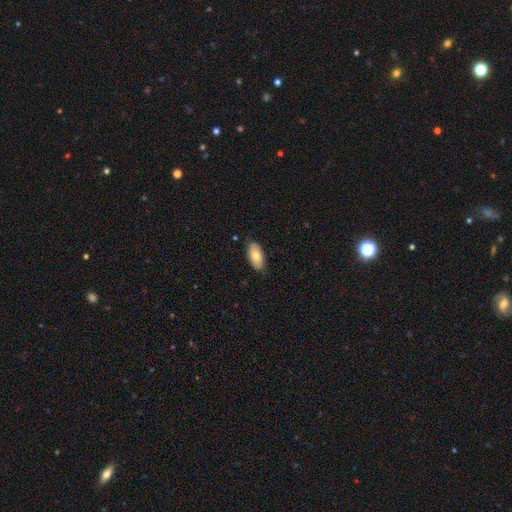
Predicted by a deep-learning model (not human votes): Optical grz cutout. It shows a smooth galaxy with no disk features (75%) that is in between round and cigar-shaped (93%). Merging: none (82%).